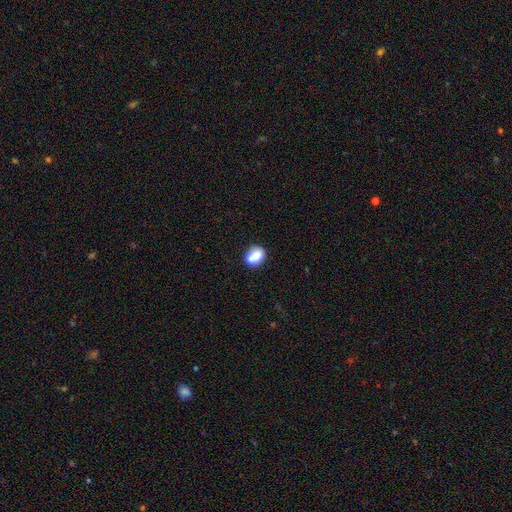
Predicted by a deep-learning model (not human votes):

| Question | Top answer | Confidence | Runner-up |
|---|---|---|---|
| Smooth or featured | smooth | 76% | featured or disk (15%) |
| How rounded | in between | 58% | round (41%) |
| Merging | none | 51% | merger (29%) |